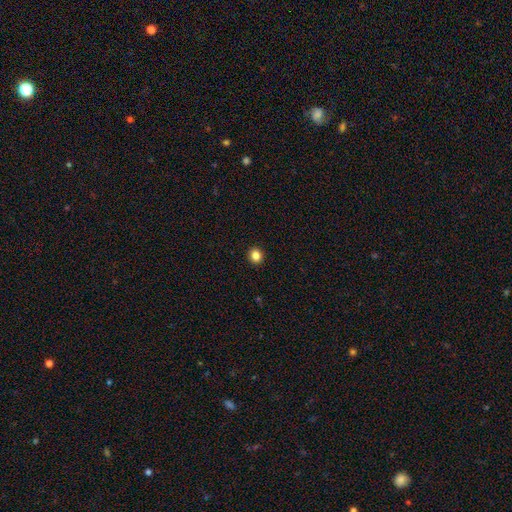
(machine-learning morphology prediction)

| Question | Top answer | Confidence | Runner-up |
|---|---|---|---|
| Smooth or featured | smooth | 85% | star or artifact (11%) |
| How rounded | round | 89% | in between (10%) |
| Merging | none | 93% | minor disturbance (4%) |